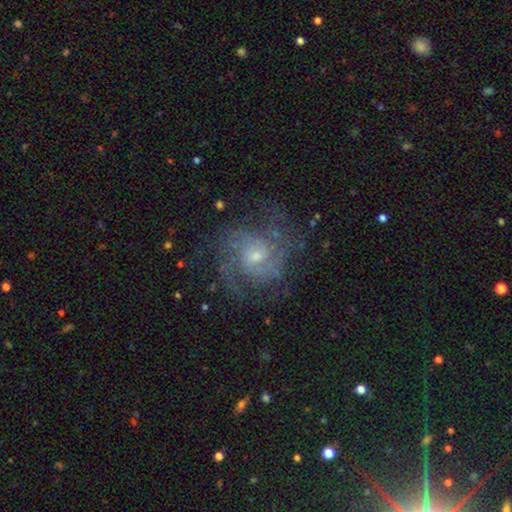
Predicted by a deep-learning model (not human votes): This is clearly a featured or disk galaxy (83%). It is clearly not viewed edge-on (98%). Bar: possibly no (56%). Spiral arm pattern: clearly yes (94%). Spiral arm count: marginally 2 (33%). Spiral winding: marginally tight (44%, tied with medium). Central bulge: possibly small (56%). Merging: likely none (67%).